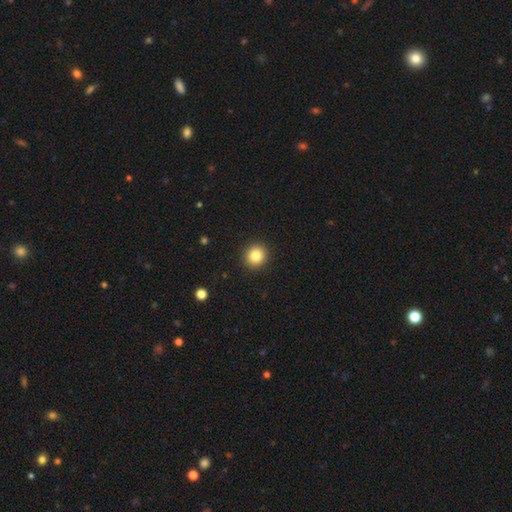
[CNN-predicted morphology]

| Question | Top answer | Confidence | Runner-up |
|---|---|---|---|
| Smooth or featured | smooth | 83% | star or artifact (10%) |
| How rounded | round | 90% | in between (9%) |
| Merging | none | 92% | minor disturbance (5%) |